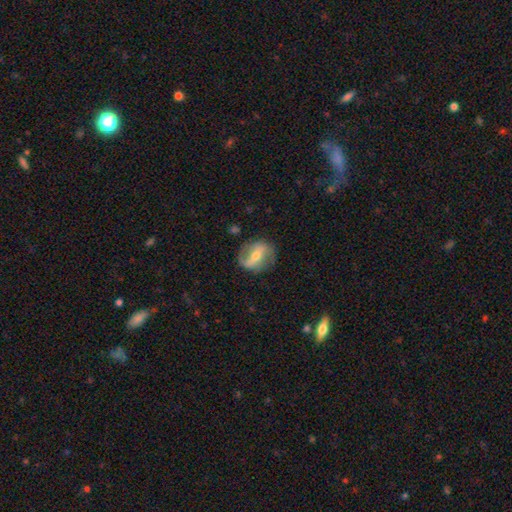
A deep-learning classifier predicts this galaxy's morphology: Q: Smooth or featured?
A: featured or disk (68%); runner-up: smooth (25%)
Q: Edge-on disk?
A: no (90%); runner-up: yes (10%)
Q: Bar?
A: strong (57%); runner-up: weak (28%)
Q: Spiral arms?
A: yes (69%); runner-up: no (31%)
Q: Bulge size?
A: moderate (53%); runner-up: small (40%)
Q: Merging?
A: none (76%); runner-up: minor disturbance (15%)